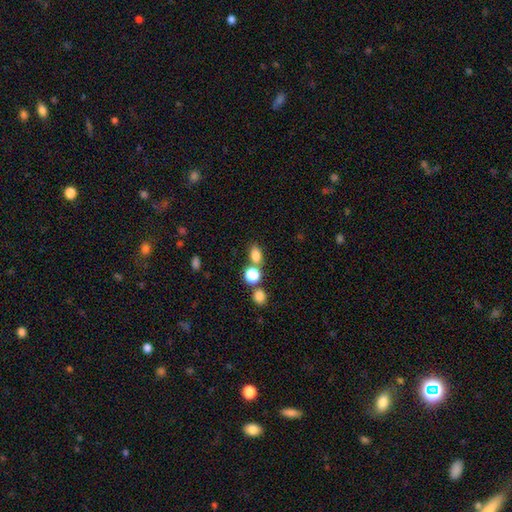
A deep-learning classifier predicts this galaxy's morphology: smooth 80%, star or artifact 14%, featured or disk 6%. Down the decision tree: how rounded — in between (65%); merging — none (59%).